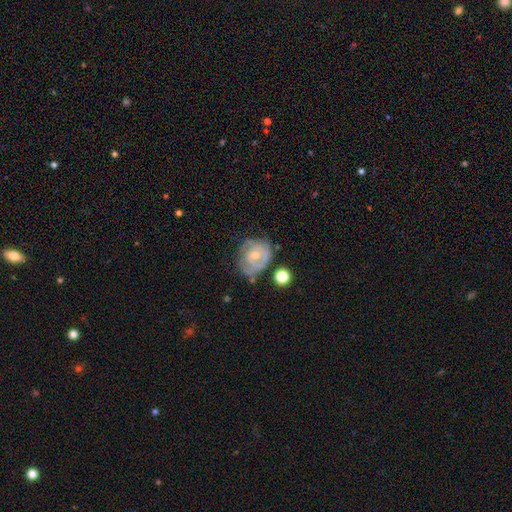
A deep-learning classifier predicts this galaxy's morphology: A featured or disk galaxy (71%) with no bar (73%), 2 (38%) tight (63%) spiral arms (76%) and a moderate central bulge (47%, tied with small). Merging: none (51%).